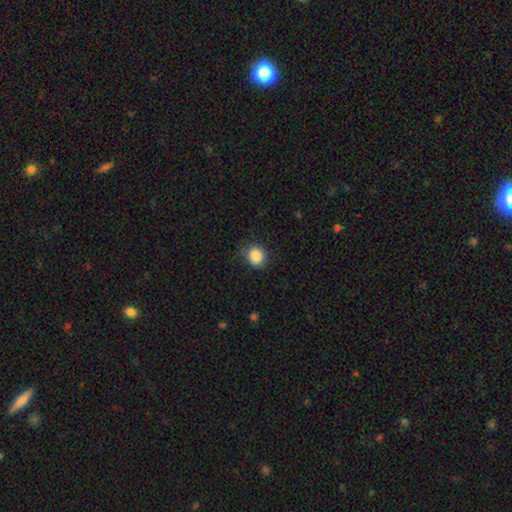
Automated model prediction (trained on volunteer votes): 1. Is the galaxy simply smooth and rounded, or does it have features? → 87% smooth, 9% star or artifact, 4% featured or disk.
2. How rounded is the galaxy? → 78% round, 21% in between, 1% cigar-shaped.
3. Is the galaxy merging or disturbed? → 80% none, 15% minor disturbance, 4% major disturbance, 1% merger.